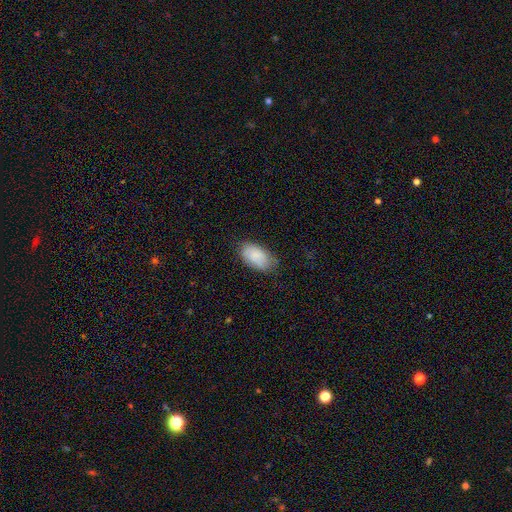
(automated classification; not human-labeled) A smooth galaxy with no disk features (85%) that is in between round and cigar-shaped (95%). Merging: none (74%).